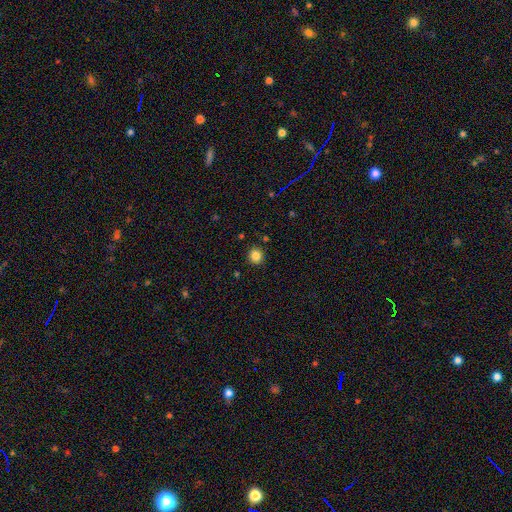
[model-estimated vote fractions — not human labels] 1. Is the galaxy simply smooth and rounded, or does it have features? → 84% smooth, 12% star or artifact, 4% featured or disk.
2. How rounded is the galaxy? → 88% round, 11% in between, 1% cigar-shaped.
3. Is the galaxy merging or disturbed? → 90% none, 6% minor disturbance, 2% major disturbance, 2% merger.